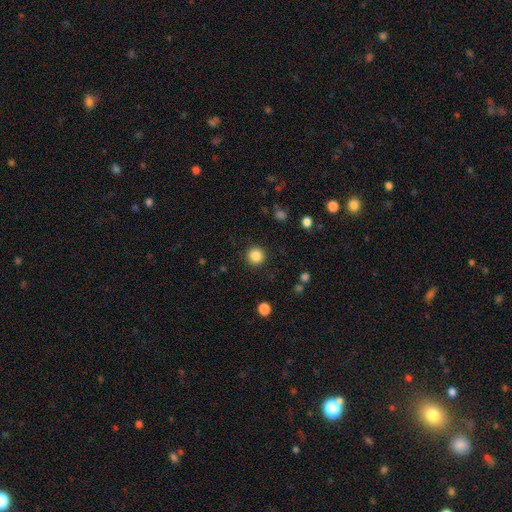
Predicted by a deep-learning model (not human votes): The model was most divided on "smooth or featured": smooth: 85%, star or artifact: 11%, featured or disk: 4%. More confident: how rounded — round (94%); merging — none (91%).